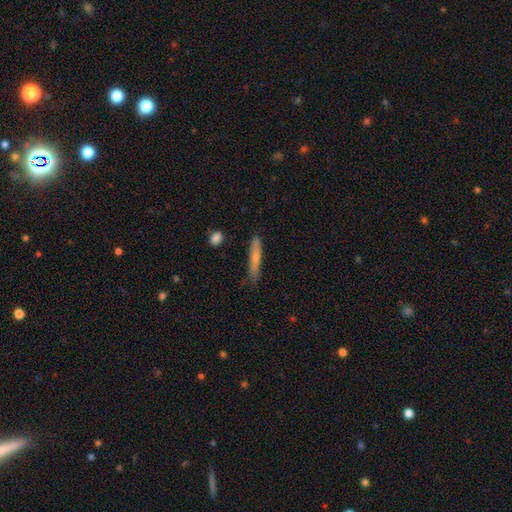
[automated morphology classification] Smooth or featured: smooth — 61% (featured or disk — 32%)
How rounded: cigar-shaped — 93% (in between — 5%)
Merging: none — 79% (minor disturbance — 17%)